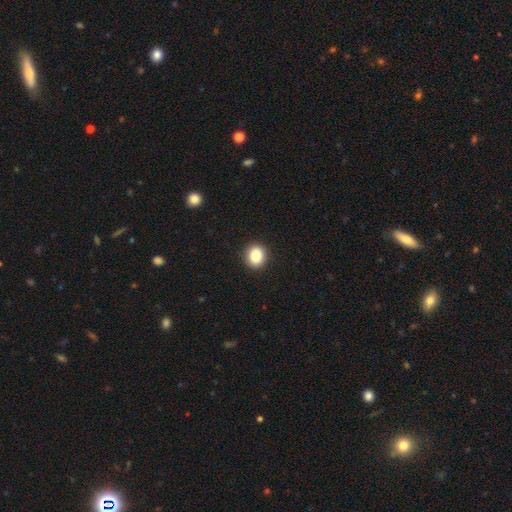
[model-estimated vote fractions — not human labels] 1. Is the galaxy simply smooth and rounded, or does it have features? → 87% smooth, 9% star or artifact, 4% featured or disk.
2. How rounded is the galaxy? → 72% round, 27% in between, 1% cigar-shaped.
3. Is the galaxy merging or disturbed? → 92% none, 5% minor disturbance, 2% major disturbance, 1% merger.